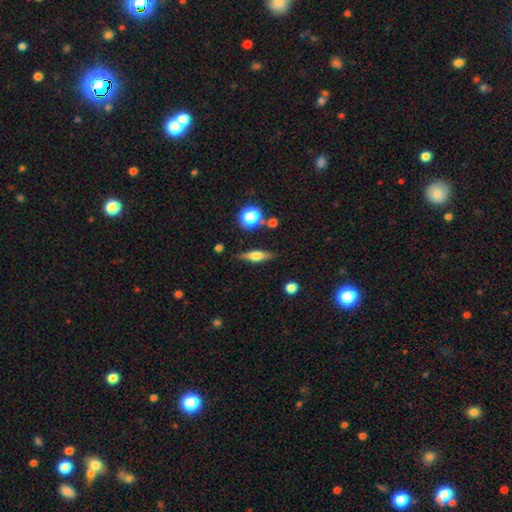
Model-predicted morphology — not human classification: Smooth or featured? Predicted: featured or disk (p=0.49). Merging? Predicted: none (p=0.82).